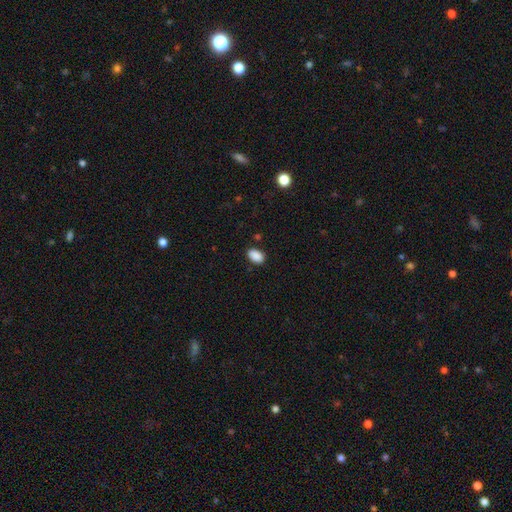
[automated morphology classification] Smooth or featured? Predicted: smooth (p=0.89). How rounded? Predicted: in between (p=0.89). Merging? Predicted: none (p=0.85).